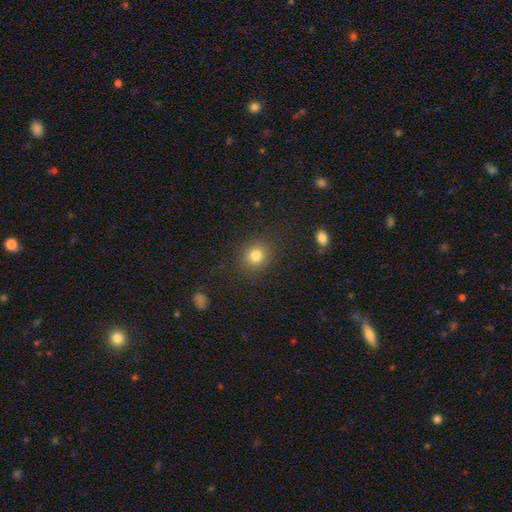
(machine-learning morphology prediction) Smooth or featured? smooth (82%)
How rounded? round (84%)
Merging? none (87%)